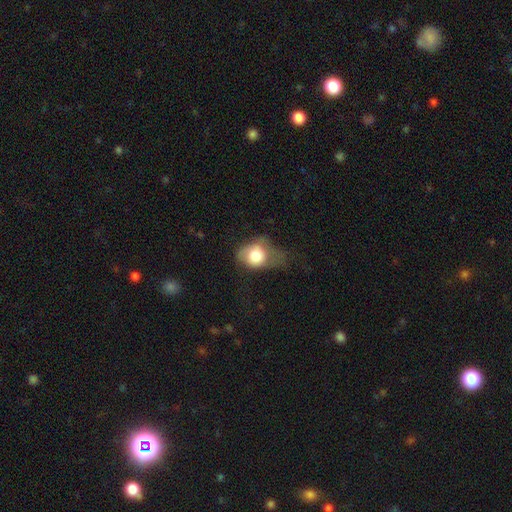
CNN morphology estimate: smooth_or_featured: smooth (p=0.71) [alt: featured or disk p=0.20]
how_rounded: in between (p=0.51) [alt: round p=0.47]
merging: major disturbance (p=0.39) [alt: minor disturbance p=0.36]